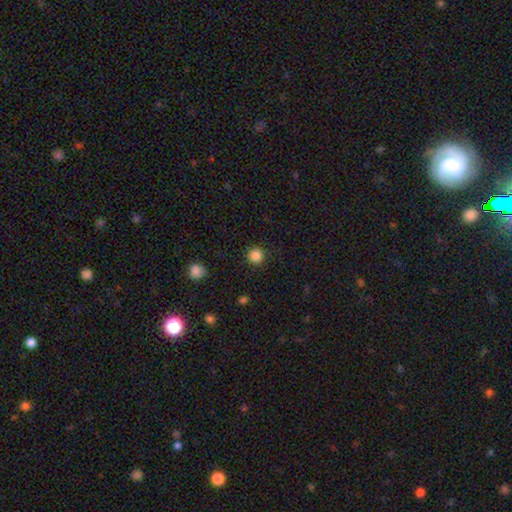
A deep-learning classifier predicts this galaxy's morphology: This is clearly a smooth galaxy (85%). How rounded: clearly round (95%). Merging: clearly none (91%).